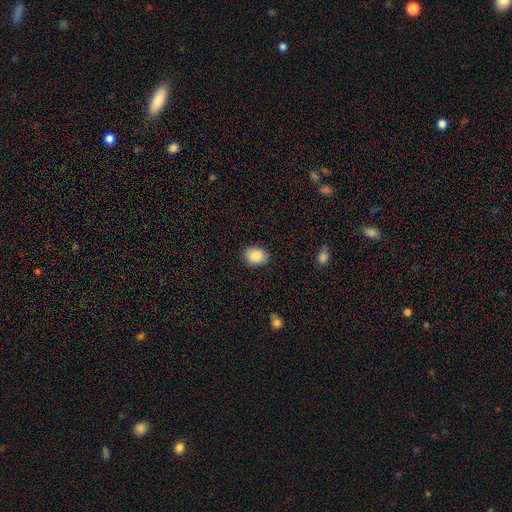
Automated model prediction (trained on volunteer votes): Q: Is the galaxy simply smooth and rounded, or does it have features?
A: smooth — 87%.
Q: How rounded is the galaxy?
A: in between — 64%.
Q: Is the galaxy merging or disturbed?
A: none — 87%.